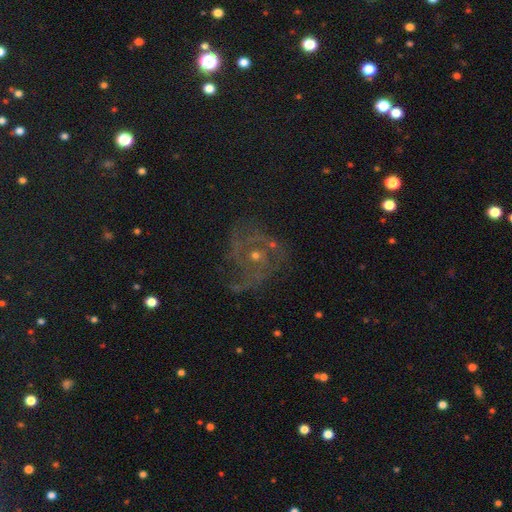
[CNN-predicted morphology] featured or disk 80%, star or artifact 11%, smooth 9%. Down the decision tree: edge-on disk — no (98%); bar — no (76%); spiral arms — yes (88%); spiral arm count — 2 (34%); spiral winding — medium (45%); bulge size — small (56%); merging — none (60%).